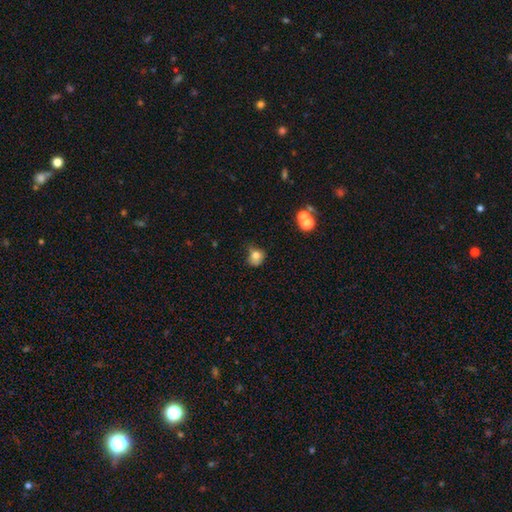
Morphology: type=smooth (74%); roundness=round (69%); merging=none (58%).